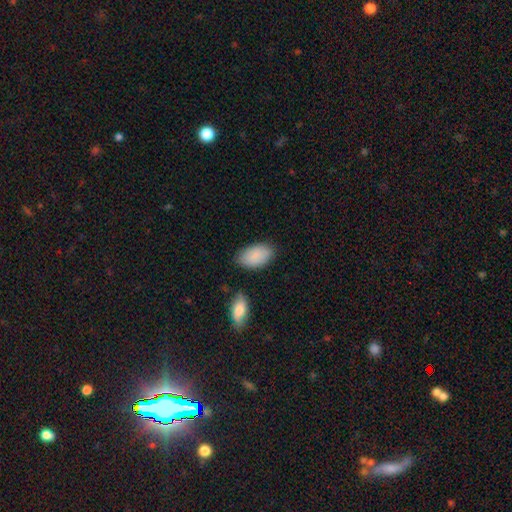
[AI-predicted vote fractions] A smooth galaxy with no disk features (89%) that is in between round and cigar-shaped (95%). Merging: none (80%).